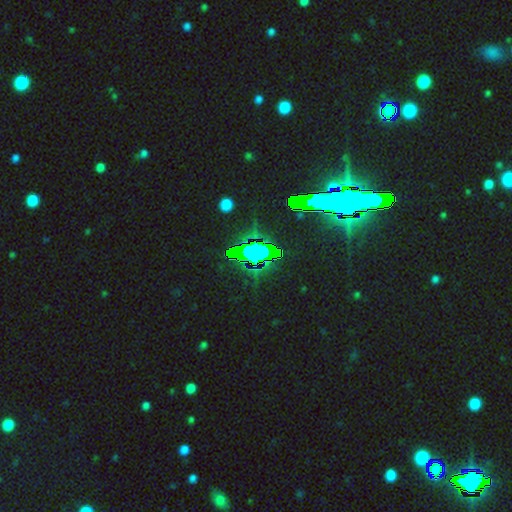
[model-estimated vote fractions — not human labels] Smooth or featured?
  - star or artifact: 77% *
  - smooth: 13%
  - featured or disk: 10%